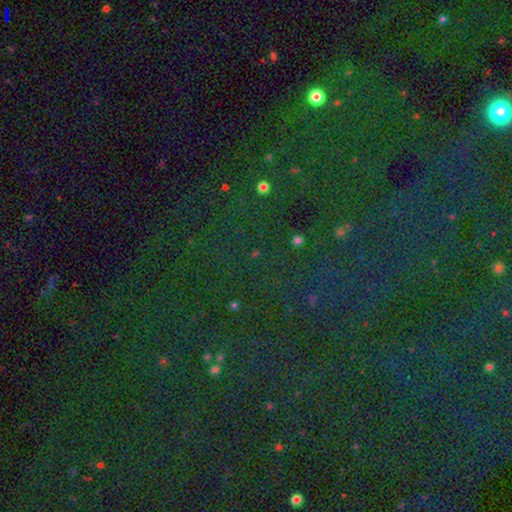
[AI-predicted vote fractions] This is clearly a star or artifact rather than a galaxy (81%).